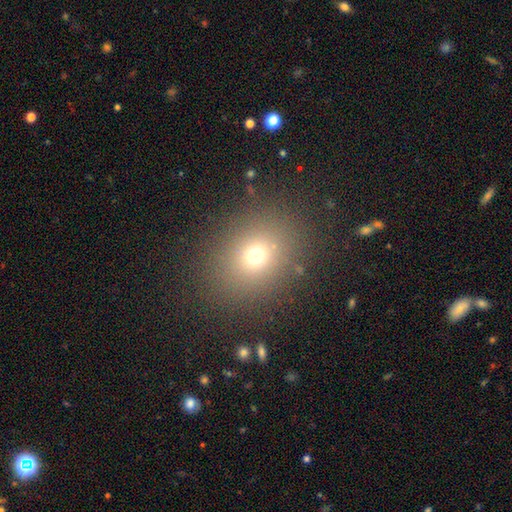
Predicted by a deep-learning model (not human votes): A smooth galaxy with no disk features (69%) that is round (58%). Merging: none (85%).